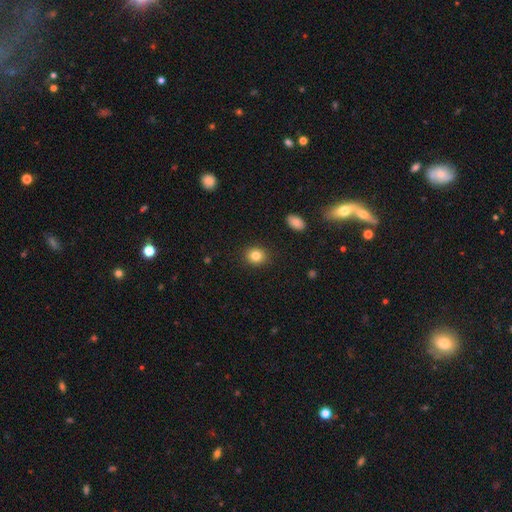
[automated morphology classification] Q: Smooth or featured?
A: smooth (83%); runner-up: star or artifact (10%)
Q: How rounded?
A: round (71%); runner-up: in between (29%)
Q: Merging?
A: none (90%); runner-up: minor disturbance (7%)